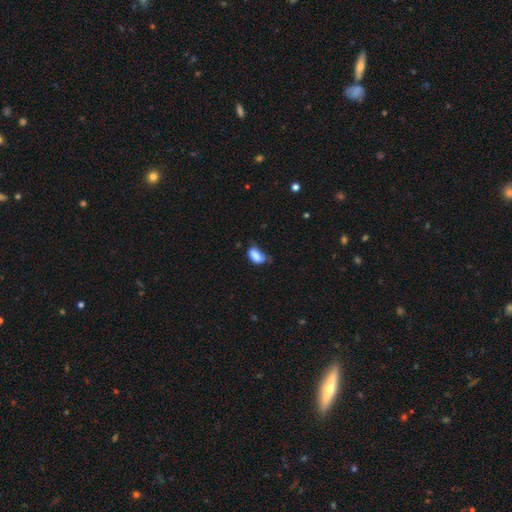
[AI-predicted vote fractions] A smooth galaxy with no disk features (82%) that is in between round and cigar-shaped (91%).

Vote fractions:
- Smooth or featured? smooth: 82% / featured or disk: 9% / star or artifact: 8%
- How rounded? in between: 91% / round: 7% / cigar-shaped: 2%
- Merging? minor disturbance: 42% / none: 36% / major disturbance: 18% / merger: 4%